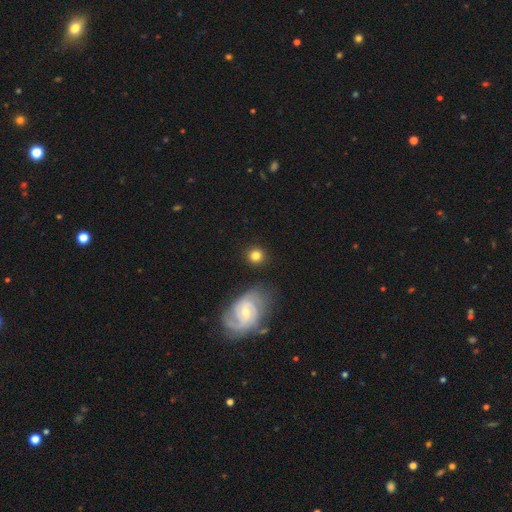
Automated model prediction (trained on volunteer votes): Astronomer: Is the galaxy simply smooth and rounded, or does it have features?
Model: smooth — 74%.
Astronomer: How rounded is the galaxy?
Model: round — 88%.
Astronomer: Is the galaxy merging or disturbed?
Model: none — 84%.